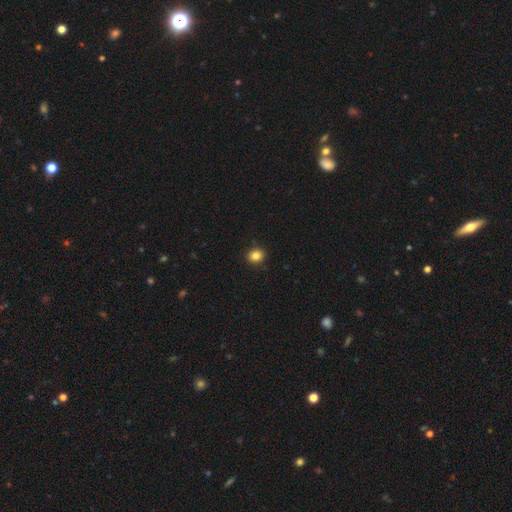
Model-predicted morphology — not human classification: smooth-or-featured: smooth: 84% | star or artifact: 11% | featured or disk: 4%
  how-rounded: round: 80% | in between: 19% | cigar-shaped: 1%
  merging: none: 91% | minor disturbance: 7% | major disturbance: 2% | merger: 1%